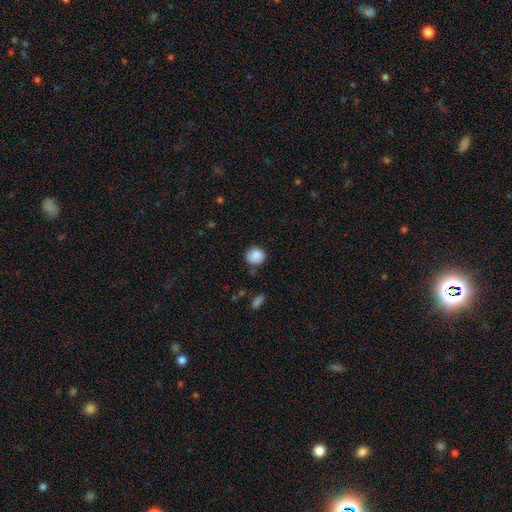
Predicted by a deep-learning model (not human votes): Smooth or featured: smooth — 87% (star or artifact — 8%)
How rounded: round — 85% (in between — 14%)
Merging: none — 80% (minor disturbance — 14%)